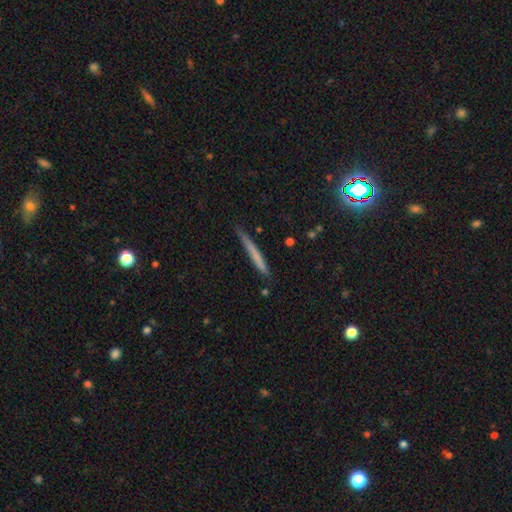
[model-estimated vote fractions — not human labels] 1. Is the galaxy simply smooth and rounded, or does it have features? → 61% smooth, 30% featured or disk, 8% star or artifact.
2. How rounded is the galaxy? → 96% cigar-shaped, 2% in between, 2% round.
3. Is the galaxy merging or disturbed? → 81% none, 15% minor disturbance, 3% major disturbance, 2% merger.